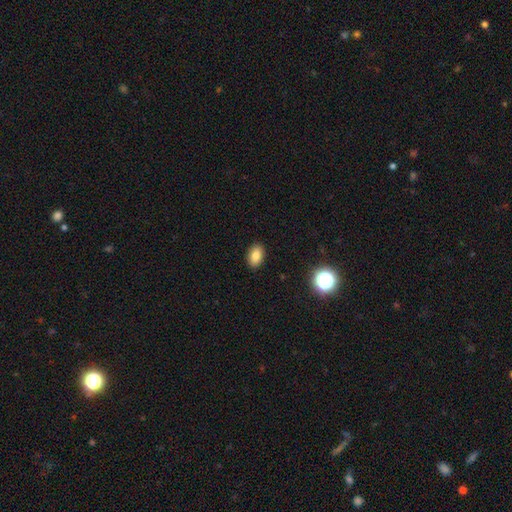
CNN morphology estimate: The model was most divided on "smooth or featured": smooth: 82%, star or artifact: 10%, featured or disk: 8%. More confident: merging — none (90%); how rounded — in between (88%).